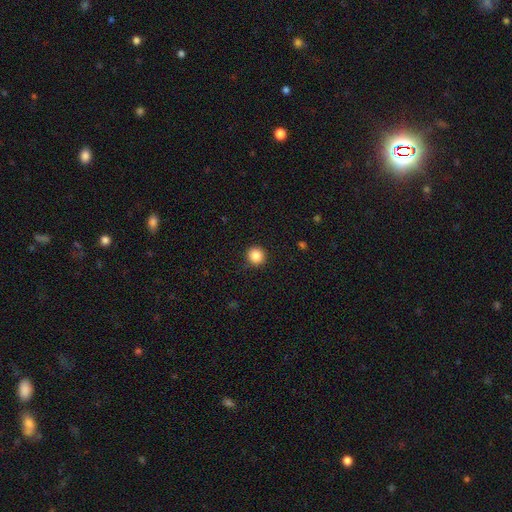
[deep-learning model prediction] Smooth or featured? Predicted: smooth (p=0.86). How rounded? Predicted: round (p=0.94). Merging? Predicted: none (p=0.91).